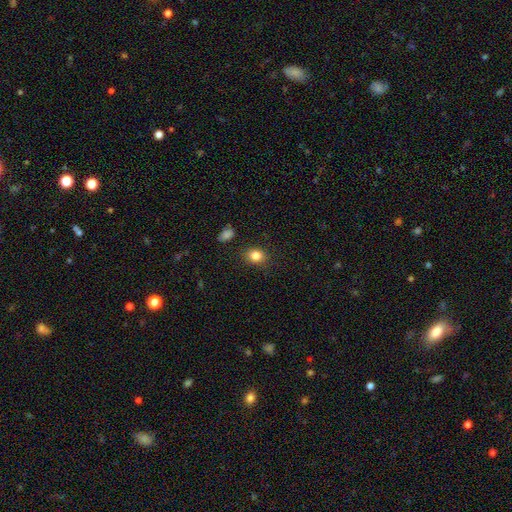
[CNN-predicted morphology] The model was most divided on "how rounded": round: 54%, in between: 45%, cigar-shaped: 1%. More confident: merging — none (86%); smooth or featured — smooth (84%).